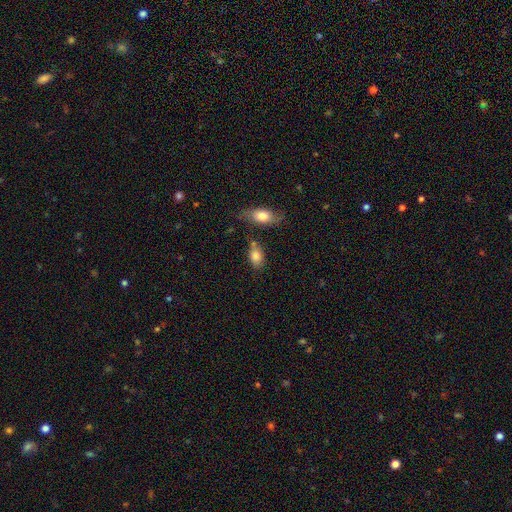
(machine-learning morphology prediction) This is clearly a smooth galaxy (83%). How rounded: clearly in between (84%). Merging: likely none (61%).